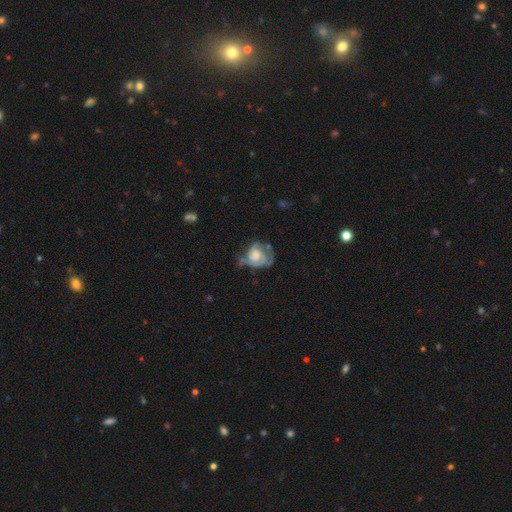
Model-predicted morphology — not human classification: smooth-or-featured: featured or disk: 60% | smooth: 33% | star or artifact: 7%
  disk-edge-on: no: 97% | yes: 3%
    bar: no: 77% | weak: 19% | strong: 4%
    has-spiral-arms: yes: 66% | no: 34%
    bulge-size: moderate: 33% | large: 29% | small: 18% | none: 16% | dominant: 4%
  merging: major disturbance: 35% | none: 31% | minor disturbance: 28% | merger: 6%